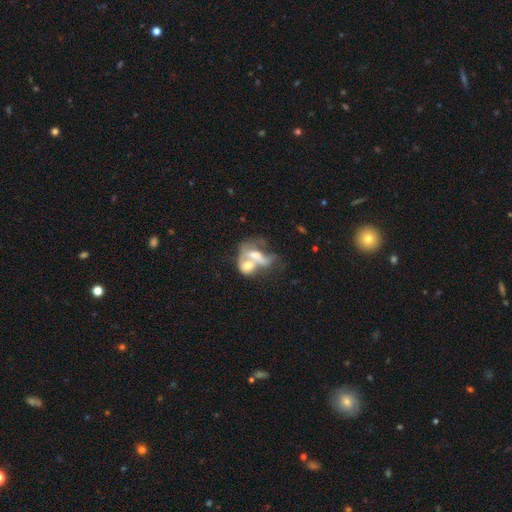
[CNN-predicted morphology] featured or disk 46%, smooth 45%, star or artifact 9%. Down the decision tree: merging — merger (73%).